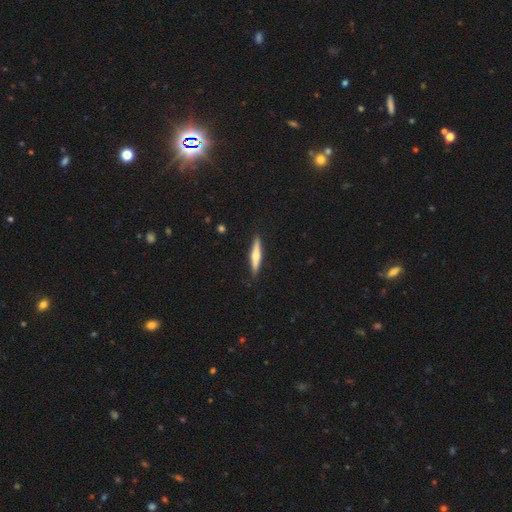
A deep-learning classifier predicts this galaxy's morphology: Smooth or featured: featured or disk — 58% (smooth — 37%)
Edge-on disk: yes — 96% (no — 4%)
Edge-on bulge: rounded — 90% (none — 6%)
Merging: none — 90% (minor disturbance — 7%)